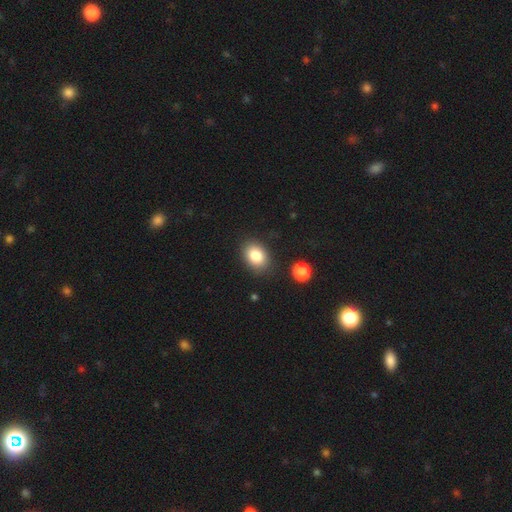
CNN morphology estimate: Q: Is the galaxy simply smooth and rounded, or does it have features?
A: smooth — 82%.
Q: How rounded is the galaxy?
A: in between — 67%.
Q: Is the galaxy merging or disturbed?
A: none — 84%.